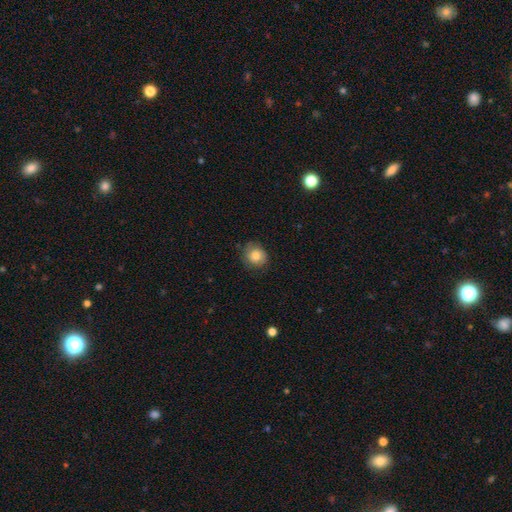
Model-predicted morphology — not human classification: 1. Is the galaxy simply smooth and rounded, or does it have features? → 80% smooth, 11% featured or disk, 9% star or artifact.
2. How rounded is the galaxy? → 79% round, 20% in between, 1% cigar-shaped.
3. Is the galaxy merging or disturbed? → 77% none, 18% minor disturbance, 4% major disturbance, 1% merger.